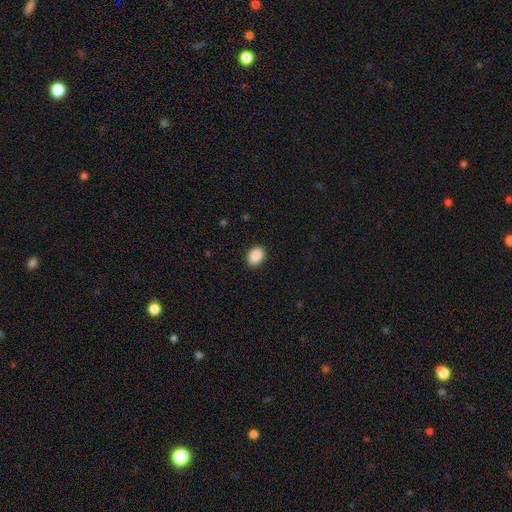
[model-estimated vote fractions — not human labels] This is clearly a smooth galaxy (90%). How rounded: likely in between (73%). Merging: clearly none (89%).